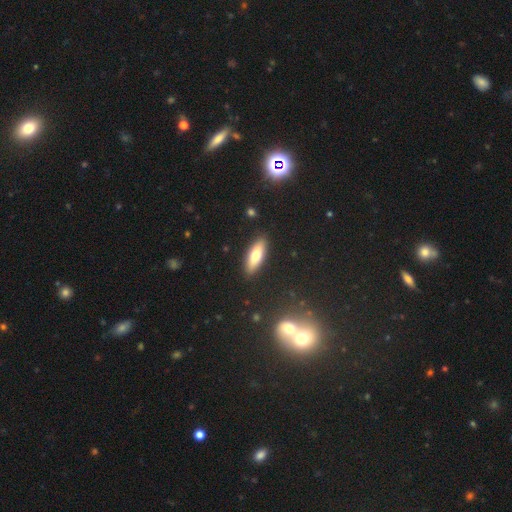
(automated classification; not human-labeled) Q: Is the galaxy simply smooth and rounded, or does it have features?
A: smooth — 72%.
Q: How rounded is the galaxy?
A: in between — 58%.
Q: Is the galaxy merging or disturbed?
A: none — 89%.